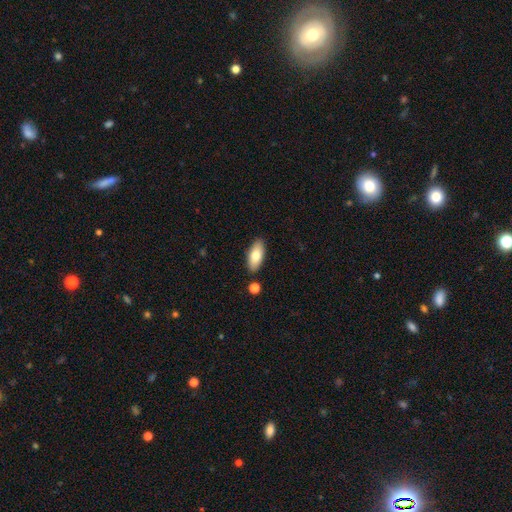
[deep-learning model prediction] Smooth or featured?
  - smooth: 78% *
  - featured or disk: 15%
  - star or artifact: 6%
How rounded?
  - in between: 87% *
  - cigar-shaped: 10%
  - round: 2%
Merging?
  - none: 86% *
  - minor disturbance: 9%
  - merger: 3%
  - major disturbance: 2%